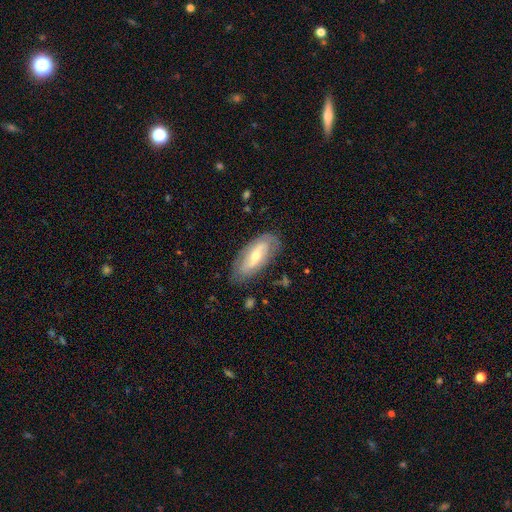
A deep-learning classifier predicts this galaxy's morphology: This is likely a featured or disk galaxy (63%). It is clearly not viewed edge-on (86%). Bar: marginally weak (36%). Spiral arm pattern: likely yes (66%). Central bulge: possibly moderate (55%). Merging: likely none (79%).